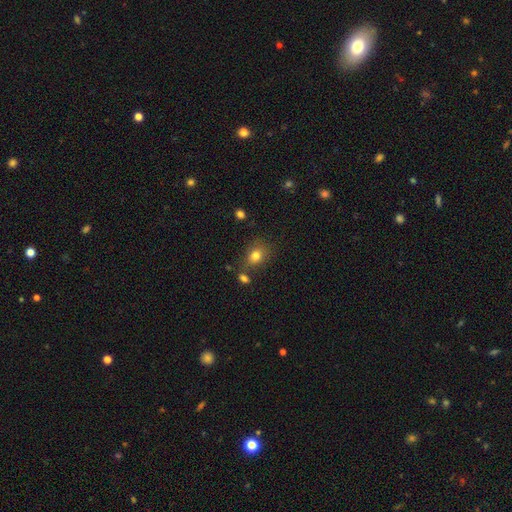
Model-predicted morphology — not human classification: smooth-or-featured: smooth: 79% | star or artifact: 12% | featured or disk: 9%
  how-rounded: in between: 51% | round: 47% | cigar-shaped: 1%
  merging: none: 68% | minor disturbance: 16% | merger: 11% | major disturbance: 5%